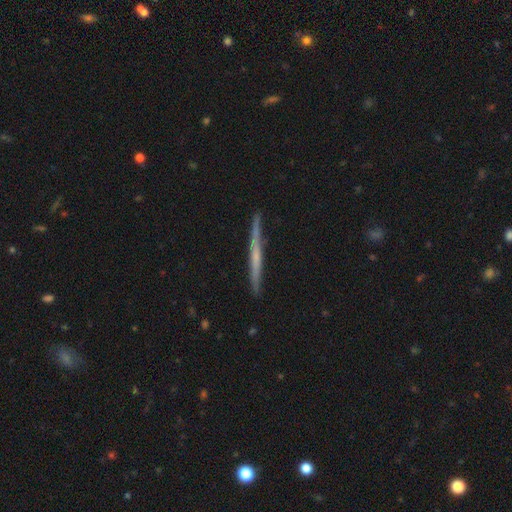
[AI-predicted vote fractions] This is likely a featured or disk galaxy (61%). It is clearly viewed edge-on (98%). Edge-on bulge: likely none (72%). Merging: clearly none (89%).